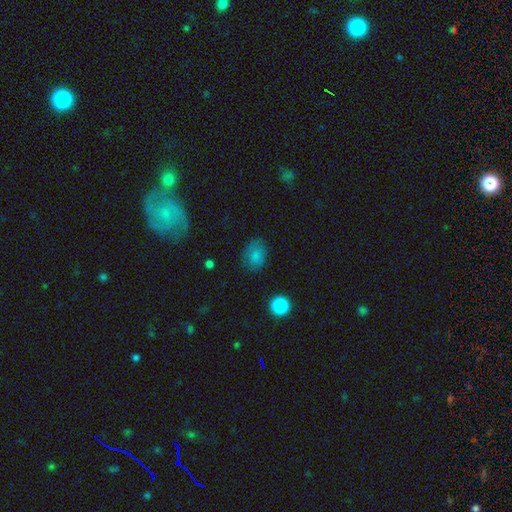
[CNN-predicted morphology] Smooth or featured?
  - smooth: 78% *
  - star or artifact: 13%
  - featured or disk: 9%
How rounded?
  - in between: 59% *
  - round: 40%
  - cigar-shaped: 1%
Merging?
  - none: 72% *
  - minor disturbance: 19%
  - major disturbance: 7%
  - merger: 2%